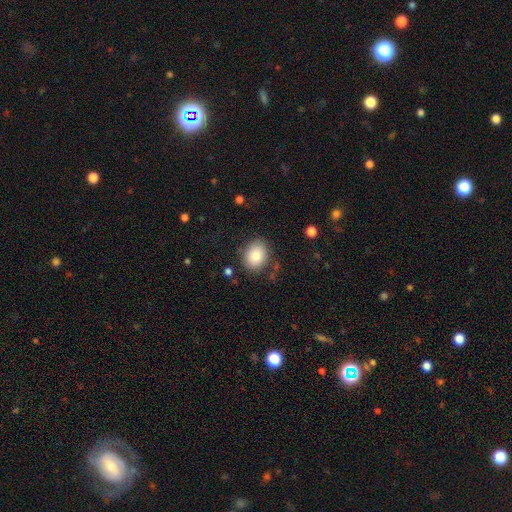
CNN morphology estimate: Overall: smooth (84%). How rounded: in between (53%; round 46%). Merging: none (81%).